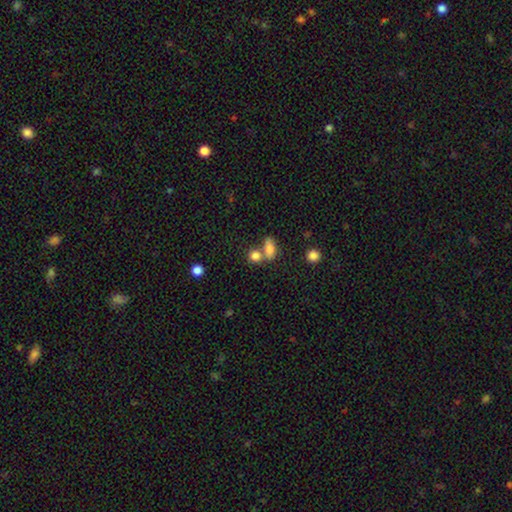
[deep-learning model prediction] A smooth galaxy with no disk features (82%) that is round (59%).

Vote fractions:
- Smooth or featured? smooth: 82% / star or artifact: 10% / featured or disk: 8%
- How rounded? round: 59% / in between: 37% / cigar-shaped: 4%
- Merging? none: 45% / merger: 42% / minor disturbance: 9% / major disturbance: 4%